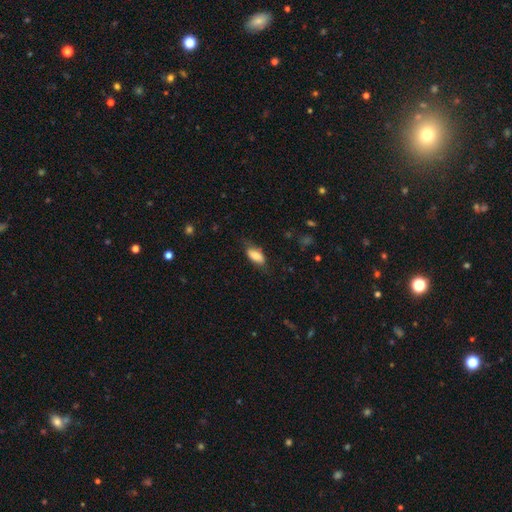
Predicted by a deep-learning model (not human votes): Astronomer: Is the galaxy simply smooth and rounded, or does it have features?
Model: smooth — 79%.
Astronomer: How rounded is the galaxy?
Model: in between — 87%.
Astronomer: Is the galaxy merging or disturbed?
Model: none — 64%.